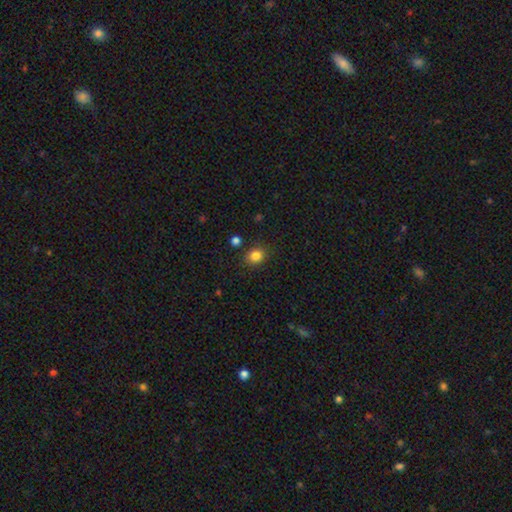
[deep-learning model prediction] Smooth or featured?
  - smooth: 84% *
  - star or artifact: 11%
  - featured or disk: 5%
How rounded?
  - round: 67% *
  - in between: 32%
  - cigar-shaped: 1%
Merging?
  - none: 85% *
  - minor disturbance: 10%
  - merger: 3%
  - major disturbance: 3%